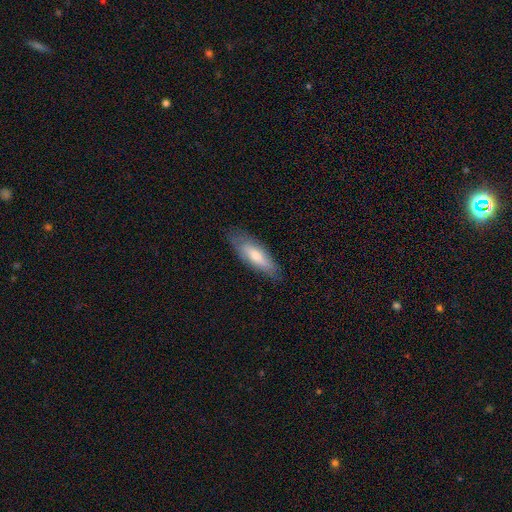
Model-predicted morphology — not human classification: type=smooth (65%); roundness=in between (52%); merging=none (79%).